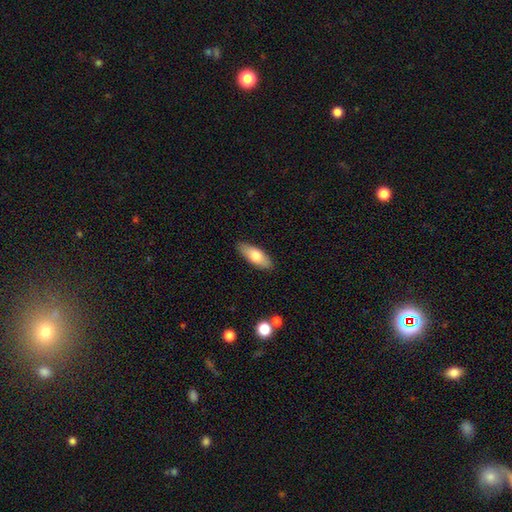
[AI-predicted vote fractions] Overall: smooth (74%). How rounded: in between (75%). Merging: none (87%).